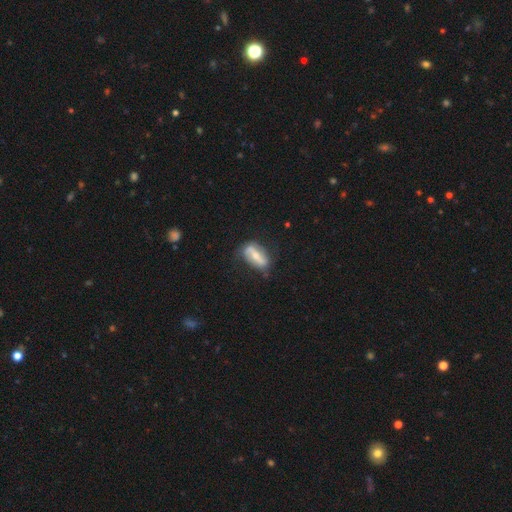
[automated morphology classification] Smooth or featured? Predicted: featured or disk (p=0.60). Edge-on disk? Predicted: no (p=0.84). Bar? Predicted: strong (p=0.56). Spiral arms? Predicted: yes (p=0.72). Bulge size? Predicted: moderate (p=0.46). Merging? Predicted: none (p=0.62).